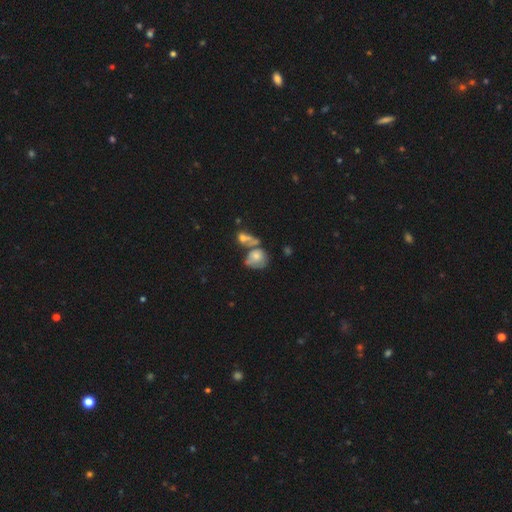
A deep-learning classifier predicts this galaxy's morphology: Q: Smooth or featured?
A: smooth (47%); runner-up: featured or disk (36%)
Q: Merging?
A: merger (42%); runner-up: none (36%)